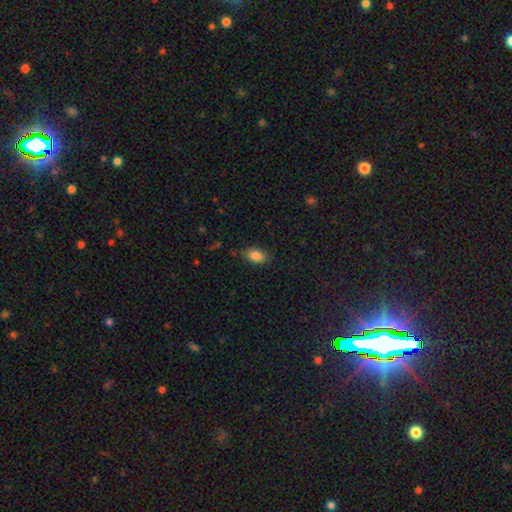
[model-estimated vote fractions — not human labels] smooth-or-featured: smooth: 85% | star or artifact: 9% | featured or disk: 6%
  how-rounded: in between: 84% | round: 14% | cigar-shaped: 2%
  merging: none: 74% | minor disturbance: 20% | major disturbance: 5% | merger: 2%